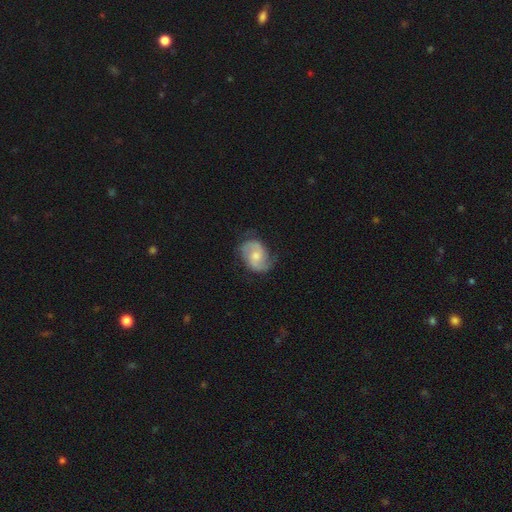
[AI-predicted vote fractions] Q: Smooth or featured?
A: featured or disk (75%); runner-up: smooth (19%)
Q: Edge-on disk?
A: no (98%); runner-up: yes (2%)
Q: Bar?
A: no (57%); runner-up: weak (37%)
Q: Spiral arms?
A: yes (94%); runner-up: no (6%)
Q: Spiral winding?
A: medium (51%); runner-up: tight (26%)
Q: Spiral arm count?
A: 2 (88%); runner-up: can't tell (6%)
Q: Bulge size?
A: moderate (52%); runner-up: small (36%)
Q: Merging?
A: none (73%); runner-up: minor disturbance (19%)